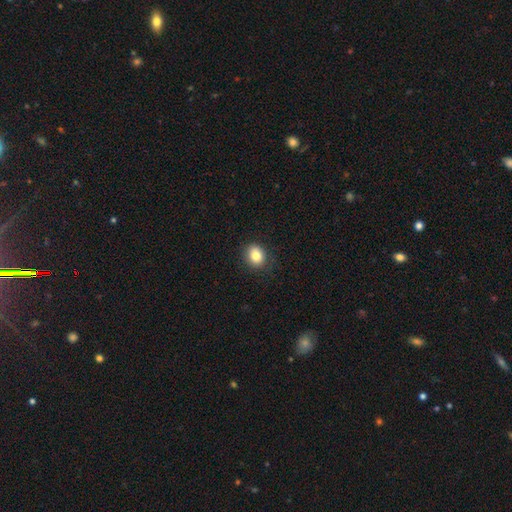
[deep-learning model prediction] smooth-or-featured: smooth: 82% | star or artifact: 10% | featured or disk: 8%
  how-rounded: round: 64% | in between: 35% | cigar-shaped: 1%
  merging: none: 87% | minor disturbance: 9% | major disturbance: 3% | merger: 1%